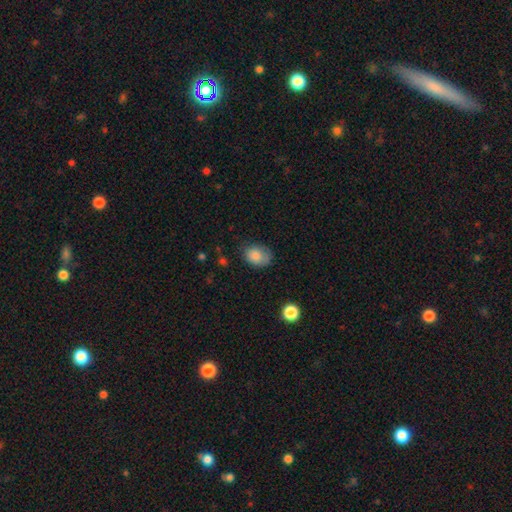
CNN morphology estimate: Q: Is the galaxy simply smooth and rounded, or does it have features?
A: smooth — 83%.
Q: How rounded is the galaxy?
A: in between — 66%.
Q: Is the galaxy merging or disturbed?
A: none — 63%.